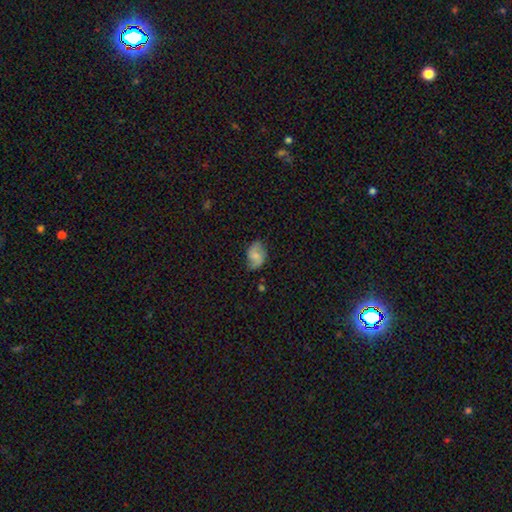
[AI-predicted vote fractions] Smooth or featured?
  - smooth: 53% *
  - featured or disk: 39%
  - star or artifact: 8%
How rounded?
  - in between: 78% *
  - round: 20%
  - cigar-shaped: 1%
Merging?
  - none: 67% *
  - minor disturbance: 25%
  - major disturbance: 7%
  - merger: 2%